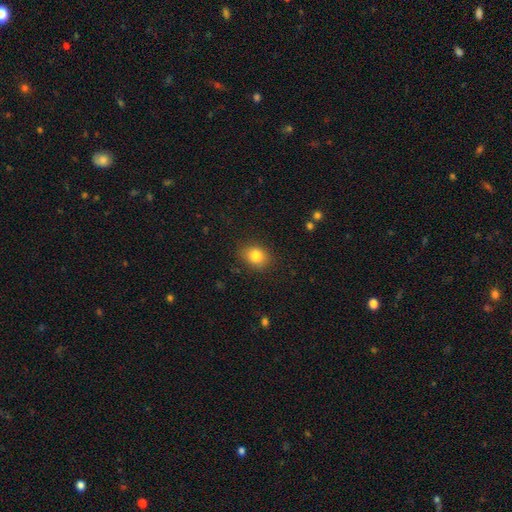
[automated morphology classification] Smooth or featured? smooth (83%)
How rounded? round (51%)
Merging? none (84%)